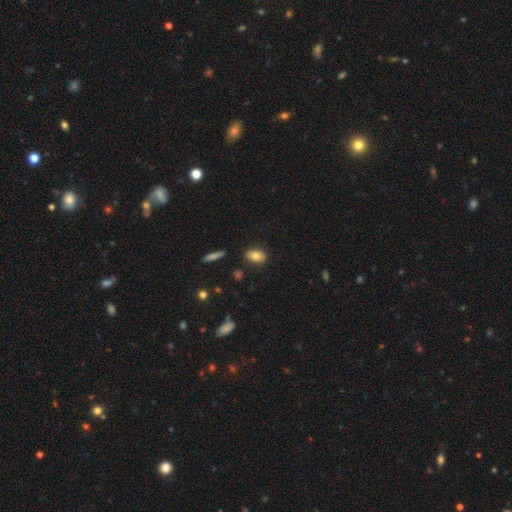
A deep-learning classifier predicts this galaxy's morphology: Q: Smooth or featured?
A: smooth (78%); runner-up: featured or disk (14%)
Q: How rounded?
A: in between (85%); runner-up: round (11%)
Q: Merging?
A: none (84%); runner-up: minor disturbance (11%)